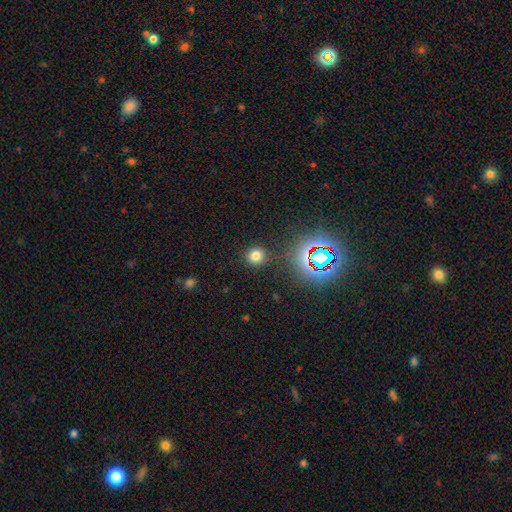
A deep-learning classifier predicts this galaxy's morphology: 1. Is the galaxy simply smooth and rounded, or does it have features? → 72% smooth, 22% star or artifact, 6% featured or disk.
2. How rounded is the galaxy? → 91% round, 7% in between, 1% cigar-shaped.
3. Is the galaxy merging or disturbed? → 87% none, 8% minor disturbance, 3% major disturbance, 2% merger.